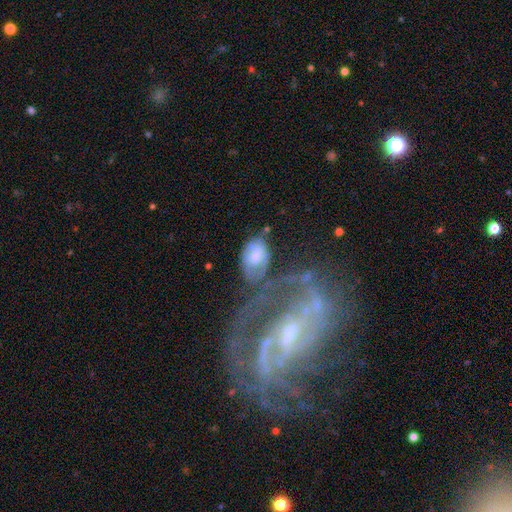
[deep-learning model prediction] This is possibly a smooth galaxy (47%). Merging: marginally none (37%).